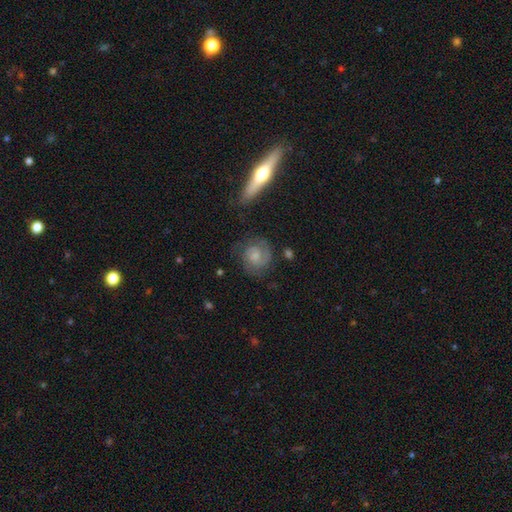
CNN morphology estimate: Smooth or featured?
  - featured or disk: 64% *
  - smooth: 28%
  - star or artifact: 8%
Edge-on disk?
  - no: 97% *
  - yes: 3%
Bar?
  - no: 62% *
  - weak: 33%
  - strong: 5%
Spiral arms?
  - yes: 91% *
  - no: 9%
Spiral winding?
  - tight: 52% *
  - medium: 37%
  - loose: 11%
Spiral arm count?
  - 2: 69% *
  - can't tell: 15%
  - 1: 8%
  - 3: 5%
  - 4: 2%
  - more than 4: 2%
Bulge size?
  - small: 42% *
  - moderate: 37%
  - none: 13%
  - large: 6%
  - dominant: 2%
Merging?
  - none: 71% *
  - minor disturbance: 17%
  - major disturbance: 10%
  - merger: 2%